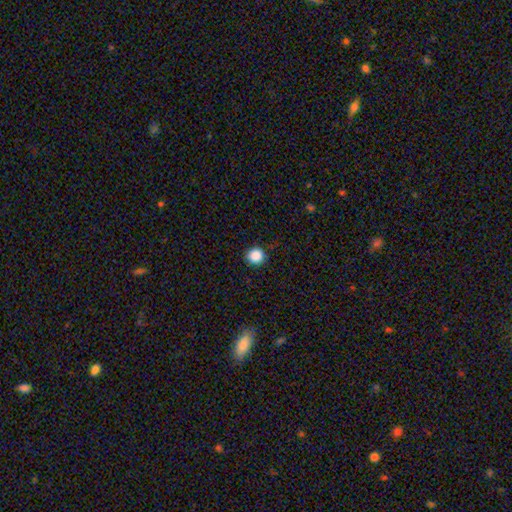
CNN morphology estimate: This appears to be a smooth galaxy with no disk features (87%) that is round (93%). Merging: none (92%).